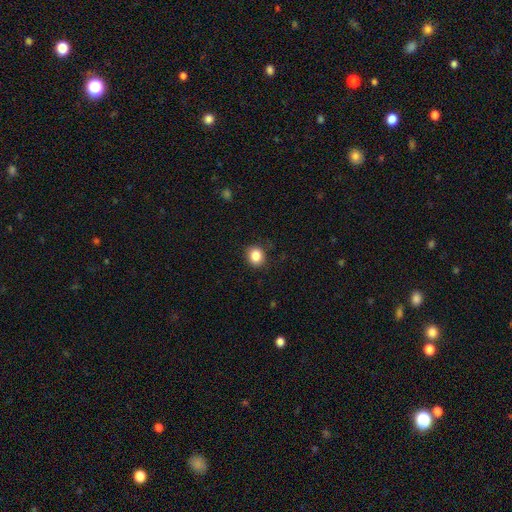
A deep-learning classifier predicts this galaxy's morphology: The model was most divided on "how rounded": round: 73%, in between: 26%, cigar-shaped: 1%. More confident: merging — none (87%); smooth or featured — smooth (85%).